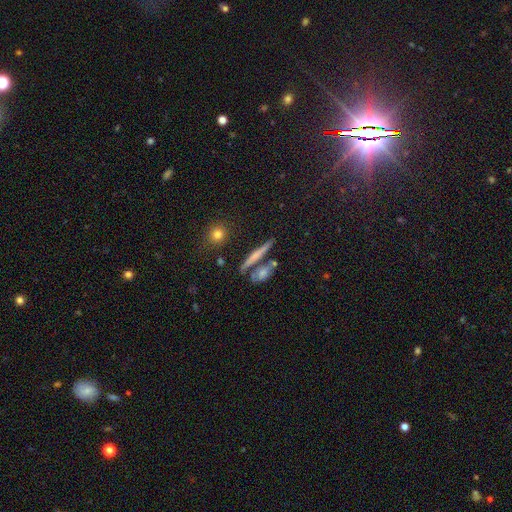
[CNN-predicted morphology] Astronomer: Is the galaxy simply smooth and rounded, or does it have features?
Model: smooth — 53% (runner-up: featured or disk, 37%).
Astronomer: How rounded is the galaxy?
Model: cigar-shaped — 79%.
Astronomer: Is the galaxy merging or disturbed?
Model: none — 70%.